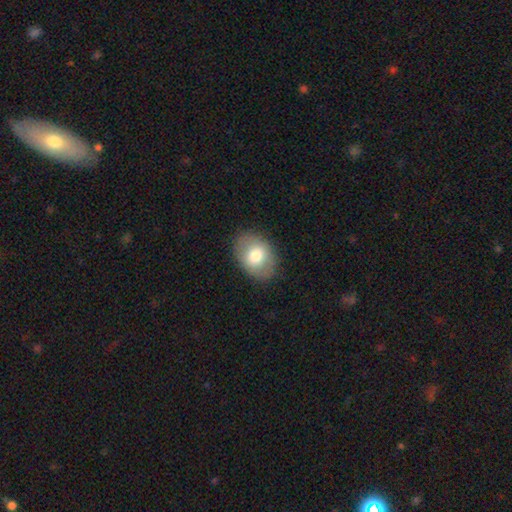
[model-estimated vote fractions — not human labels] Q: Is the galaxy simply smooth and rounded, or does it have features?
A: smooth — 73%.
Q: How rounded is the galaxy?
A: in between — 69%.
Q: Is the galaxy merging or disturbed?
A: none — 85%.